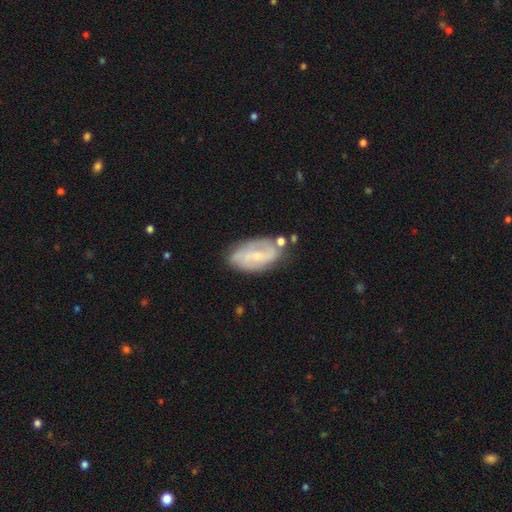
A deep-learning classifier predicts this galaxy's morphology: This is likely a featured or disk galaxy (68%). It is clearly not viewed edge-on (95%). Bar: possibly weak (45%). Spiral arm pattern: clearly yes (83%). Spiral arm count: likely 2 (62%). Spiral winding: marginally medium (42%). Central bulge: likely small (70%). Merging: likely none (65%).